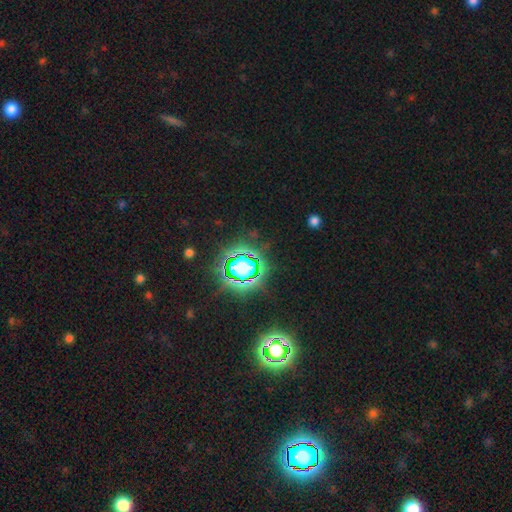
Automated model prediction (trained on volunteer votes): smooth_or_featured: star or artifact (p=0.81) [alt: smooth p=0.12]